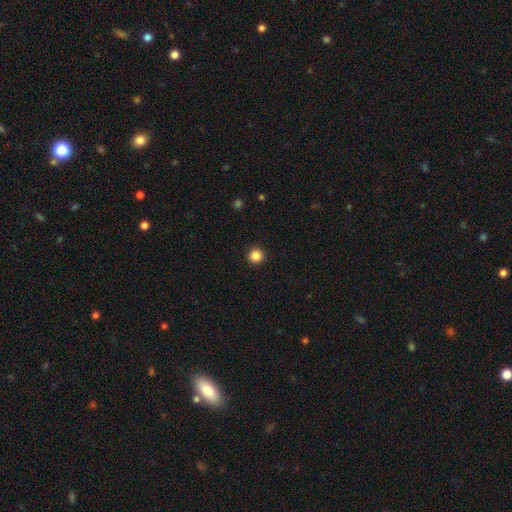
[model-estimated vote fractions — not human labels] smooth-or-featured: smooth: 86% | star or artifact: 11% | featured or disk: 3%
  how-rounded: round: 96% | in between: 3% | cigar-shaped: 1%
  merging: none: 93% | minor disturbance: 4% | major disturbance: 2% | merger: 1%